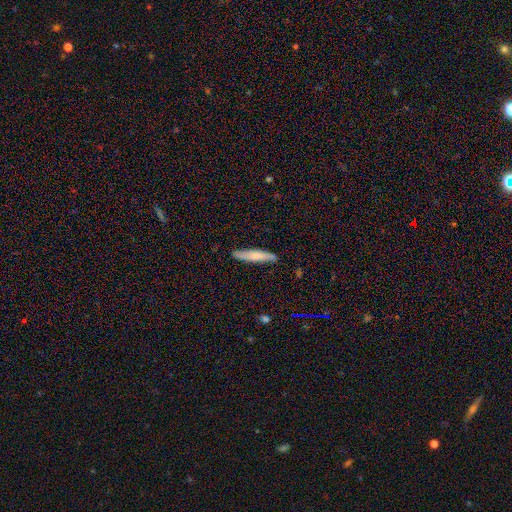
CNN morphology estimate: This appears to be a smooth galaxy with no disk features (65%) that is cigar-shaped (88%). Merging: none (84%).